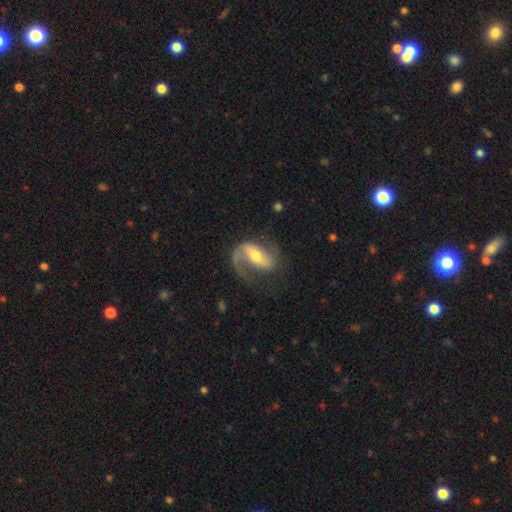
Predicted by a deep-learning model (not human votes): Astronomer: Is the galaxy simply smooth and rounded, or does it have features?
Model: featured or disk — 80%.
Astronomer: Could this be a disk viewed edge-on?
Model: no — 96%.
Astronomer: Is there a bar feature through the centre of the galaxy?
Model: weak — 39% (runner-up: strong, 36%).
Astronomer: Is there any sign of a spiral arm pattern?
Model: yes — 93%.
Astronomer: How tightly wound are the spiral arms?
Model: loose — 43% (runner-up: medium, 41%).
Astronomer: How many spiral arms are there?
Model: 2 — 51% (runner-up: 1, 43%).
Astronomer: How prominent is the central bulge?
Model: moderate — 58%.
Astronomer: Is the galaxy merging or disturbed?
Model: none — 54%.